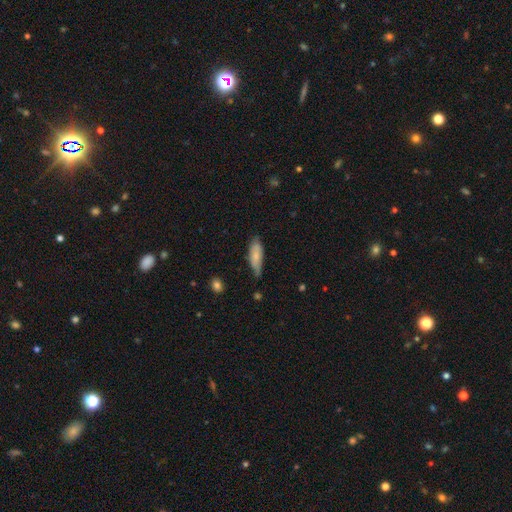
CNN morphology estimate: This appears to be a smooth galaxy with no disk features (74%) that is in between round and cigar-shaped (64%). Merging: none (54%).